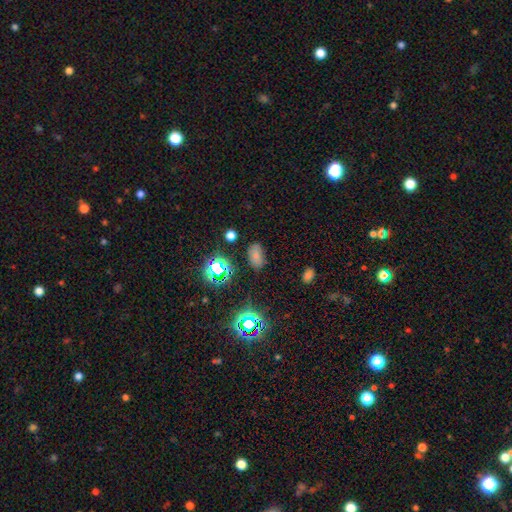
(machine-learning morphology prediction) Overall: smooth (65%). How rounded: in between (91%). Merging: none (78%).